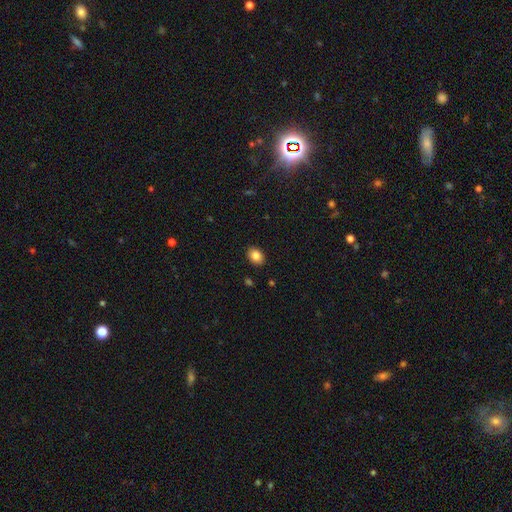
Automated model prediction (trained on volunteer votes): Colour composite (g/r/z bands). It shows a smooth galaxy with no disk features (84%) that is in between round and cigar-shaped (68%). Merging: none (89%).